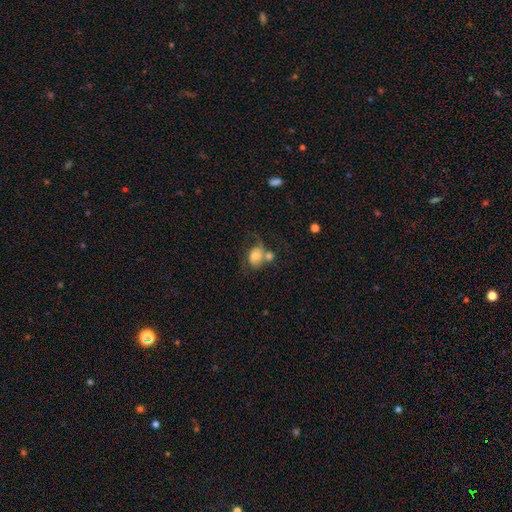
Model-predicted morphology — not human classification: This is likely a smooth galaxy (61%). How rounded: possibly in between (50%). Merging: marginally merger (39%).